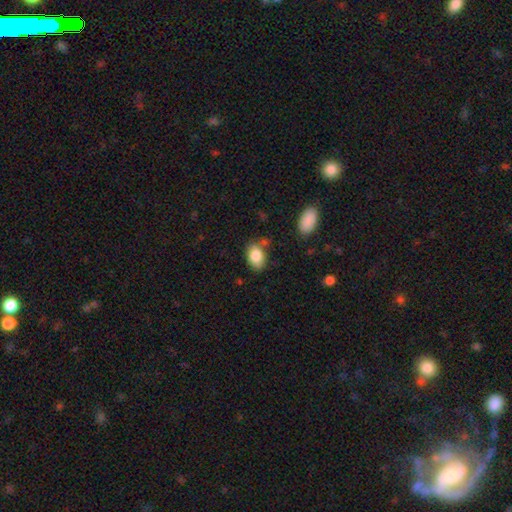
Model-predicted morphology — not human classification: A smooth galaxy with no disk features (84%) that is in between round and cigar-shaped (85%).

Vote fractions:
- Smooth or featured? smooth: 84% / featured or disk: 8% / star or artifact: 7%
- How rounded? in between: 85% / round: 14% / cigar-shaped: 1%
- Merging? none: 70% / minor disturbance: 19% / merger: 7% / major disturbance: 4%